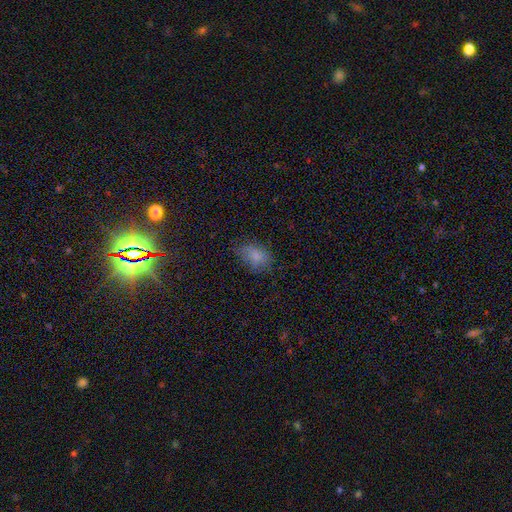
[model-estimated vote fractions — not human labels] smooth_or_featured: smooth (p=0.76) [alt: star or artifact p=0.13]
how_rounded: in between (p=0.82) [alt: round p=0.16]
merging: none (p=0.56) [alt: minor disturbance p=0.29]